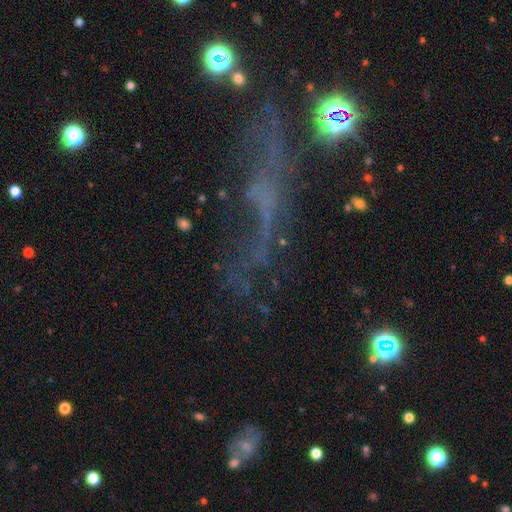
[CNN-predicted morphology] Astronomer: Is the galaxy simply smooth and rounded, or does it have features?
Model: featured or disk — 39% (runner-up: star or artifact, 38%).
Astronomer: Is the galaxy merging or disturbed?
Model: none — 37% (runner-up: major disturbance, 36%).